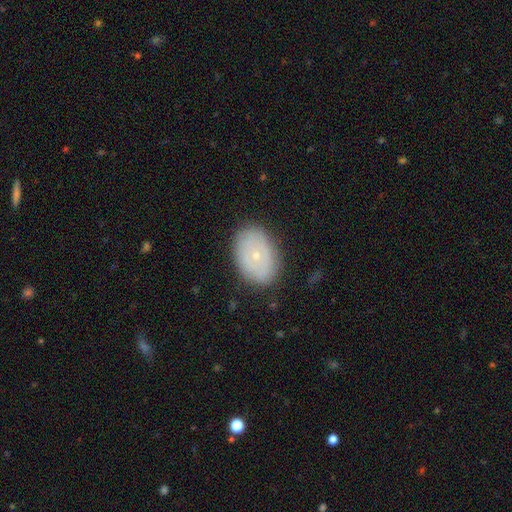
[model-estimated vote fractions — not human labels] Smooth or featured: smooth — 56% (featured or disk — 36%)
How rounded: in between — 83% (round — 16%)
Merging: none — 83% (minor disturbance — 13%)